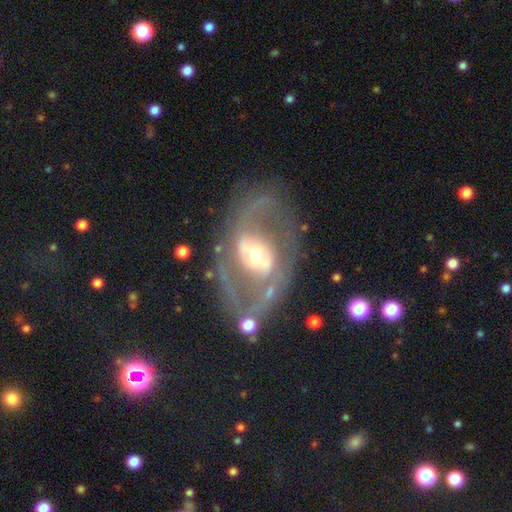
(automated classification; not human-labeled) smooth-or-featured: featured or disk: 81% | smooth: 13% | star or artifact: 6%
  disk-edge-on: no: 94% | yes: 6%
    bar: strong: 38% | weak: 34% | no: 28%
    has-spiral-arms: yes: 68% | no: 32%
      spiral-winding: medium: 47% | loose: 28% | tight: 25%
      spiral-arm-count: 2: 79% | can't tell: 12% | 1: 5% | 3: 2% | 4: 1% | more than 4: 1%
    bulge-size: moderate: 59% | small: 27% | large: 11% | dominant: 2% | none: 1%
  merging: none: 68% | minor disturbance: 15% | major disturbance: 13% | merger: 4%